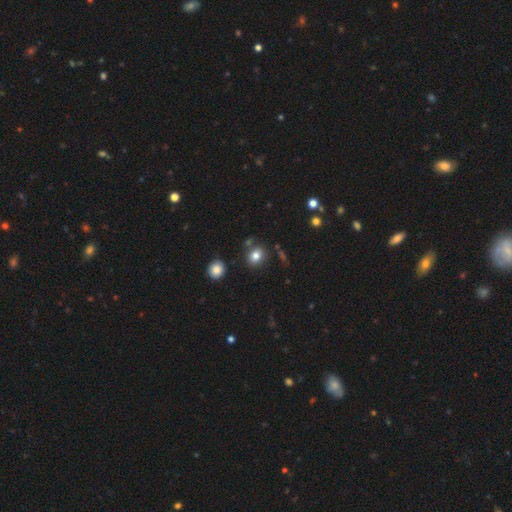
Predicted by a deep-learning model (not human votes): A smooth galaxy with no disk features (81%) that is round (57%). Merging: none (80%).